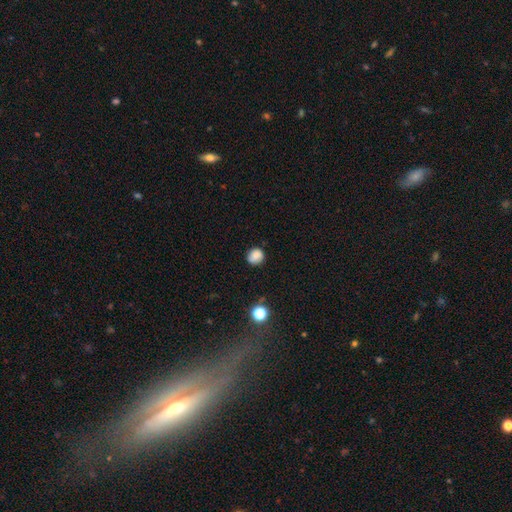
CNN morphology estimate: smooth 81%, star or artifact 11%, featured or disk 8%. Down the decision tree: how rounded — round (85%); merging — none (77%).